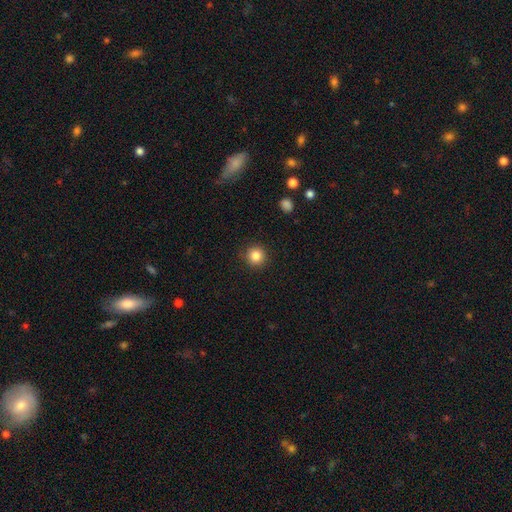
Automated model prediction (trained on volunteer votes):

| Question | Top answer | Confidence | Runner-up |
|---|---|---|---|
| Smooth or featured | smooth | 85% | star or artifact (10%) |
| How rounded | round | 94% | in between (5%) |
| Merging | none | 91% | minor disturbance (6%) |